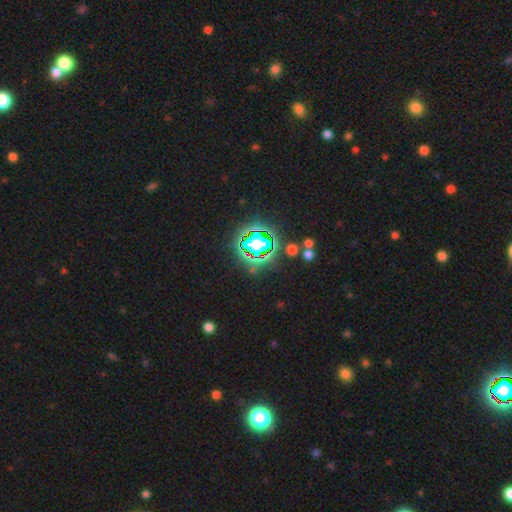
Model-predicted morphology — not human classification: Smooth or featured? Predicted: star or artifact (p=0.80).